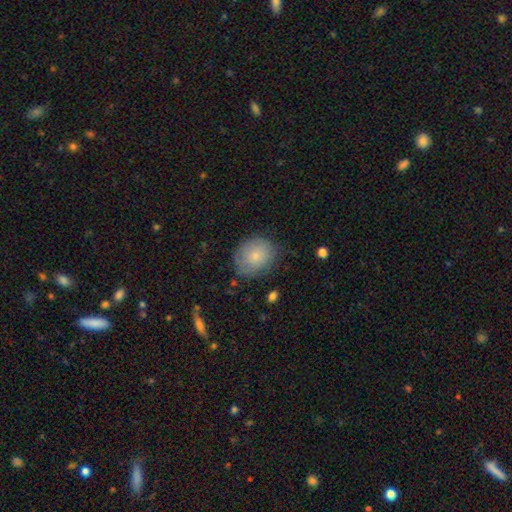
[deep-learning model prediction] Smooth or featured? smooth (75%)
How rounded? round (59%)
Merging? none (69%)